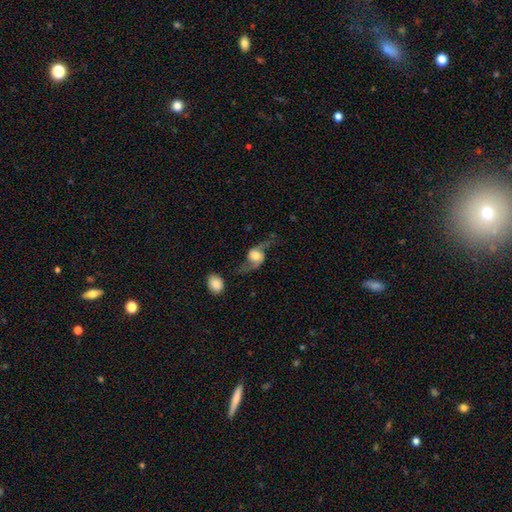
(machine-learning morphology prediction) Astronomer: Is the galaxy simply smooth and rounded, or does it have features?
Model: featured or disk — 77%.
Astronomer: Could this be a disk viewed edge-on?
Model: no — 94%.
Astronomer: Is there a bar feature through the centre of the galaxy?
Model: no — 63%.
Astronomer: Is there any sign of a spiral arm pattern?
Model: yes — 93%.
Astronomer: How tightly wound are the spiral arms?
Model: loose — 83%.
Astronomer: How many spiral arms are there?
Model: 2 — 92%.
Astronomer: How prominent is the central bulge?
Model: moderate — 43% (runner-up: large, 27%).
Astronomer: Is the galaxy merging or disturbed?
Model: none — 54%.